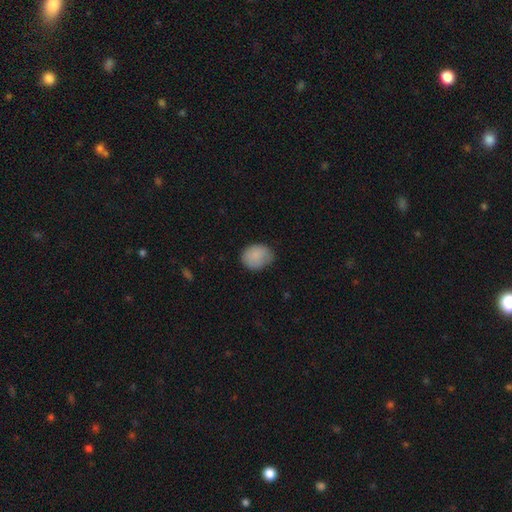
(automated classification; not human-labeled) Morphology: type=smooth (86%); roundness=round (51%); merging=none (63%).